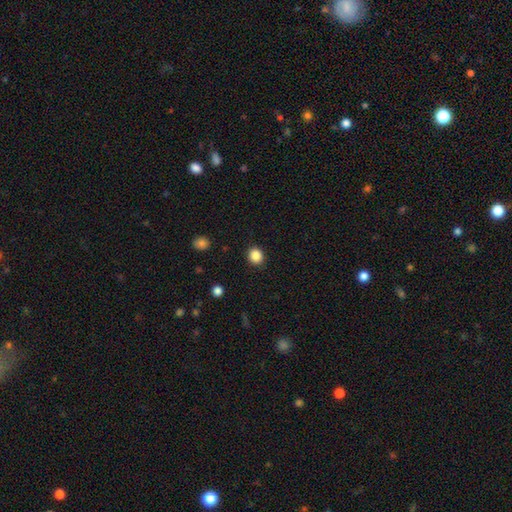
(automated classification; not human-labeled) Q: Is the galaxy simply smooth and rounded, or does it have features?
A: smooth — 87%.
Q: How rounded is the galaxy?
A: round — 81%.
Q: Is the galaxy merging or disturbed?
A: none — 90%.